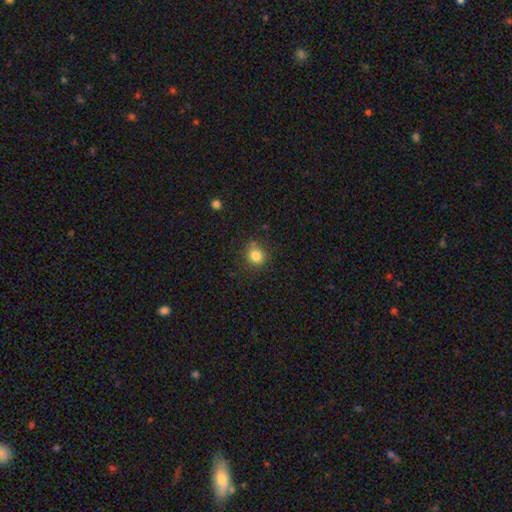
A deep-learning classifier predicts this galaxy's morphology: Smooth or featured?
  - smooth: 82% *
  - star or artifact: 12%
  - featured or disk: 6%
How rounded?
  - round: 84% *
  - in between: 15%
  - cigar-shaped: 1%
Merging?
  - none: 82% *
  - minor disturbance: 12%
  - major disturbance: 3%
  - merger: 3%